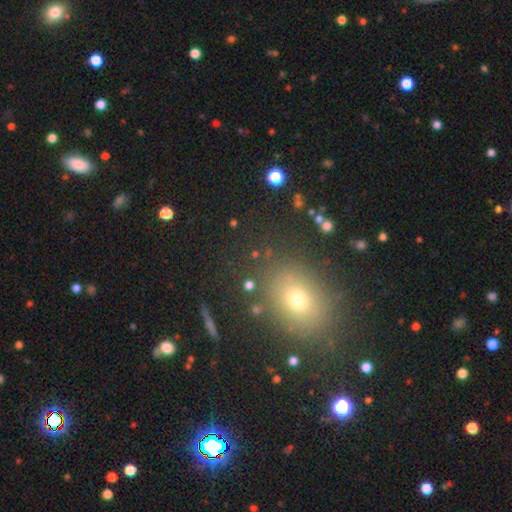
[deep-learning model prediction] Overall: smooth (57%; star or artifact 30%). How rounded: in between (59%; round 39%). Merging: none (85%).